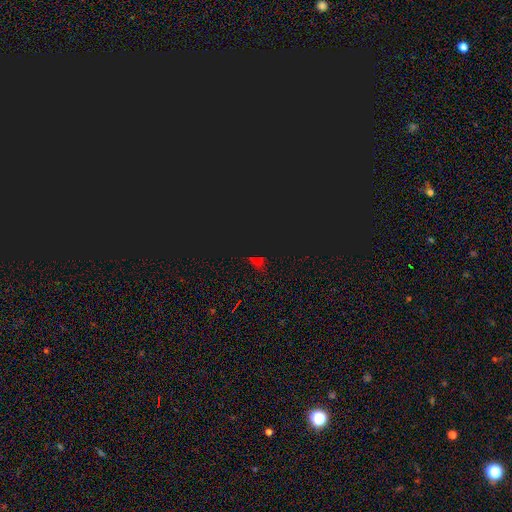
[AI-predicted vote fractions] The model was most divided on "smooth or featured": star or artifact: 75%, smooth: 18%, featured or disk: 7%.